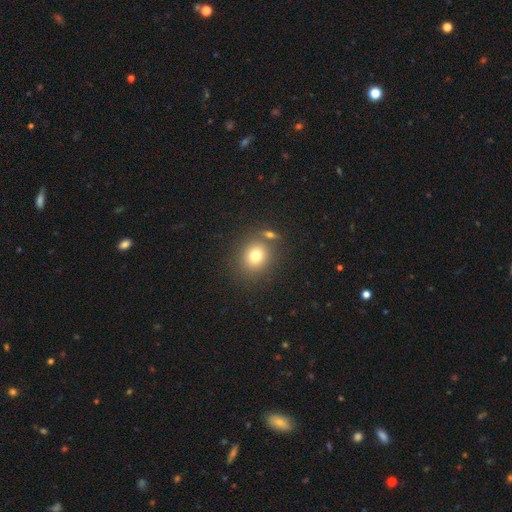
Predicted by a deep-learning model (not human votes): smooth 76%, star or artifact 13%, featured or disk 11%. Down the decision tree: how rounded — round (76%); merging — none (72%).